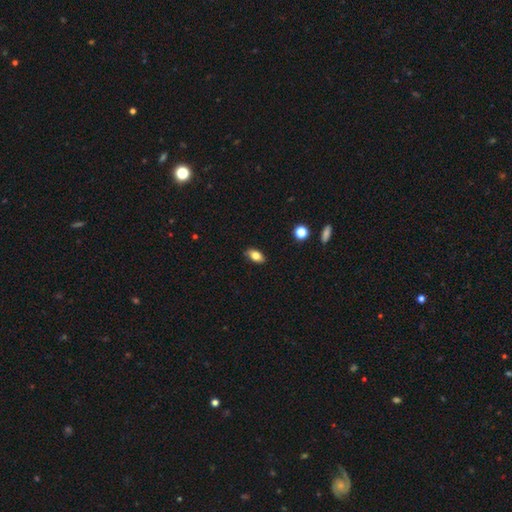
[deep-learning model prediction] Smooth or featured: smooth — 79% (featured or disk — 12%)
How rounded: in between — 88% (round — 7%)
Merging: none — 84% (minor disturbance — 12%)